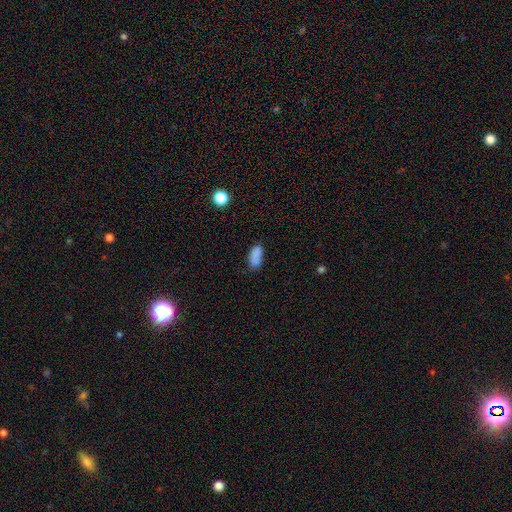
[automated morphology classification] smooth-or-featured: smooth: 83% | star or artifact: 9% | featured or disk: 7%
  how-rounded: in between: 89% | cigar-shaped: 8% | round: 4%
  merging: none: 64% | minor disturbance: 23% | merger: 6% | major disturbance: 6%